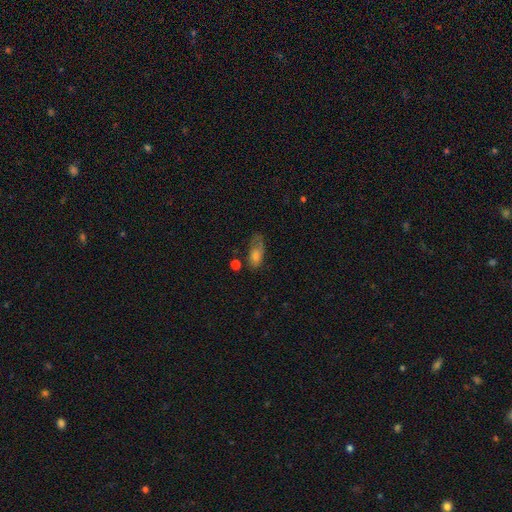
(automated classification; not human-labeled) Smooth or featured? smooth (61%)
How rounded? in between (84%)
Merging? none (37%)